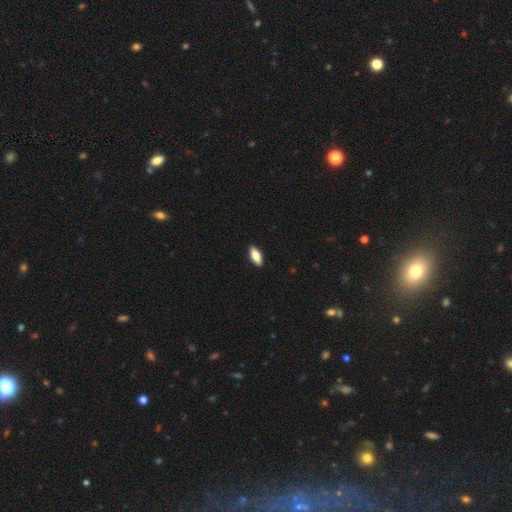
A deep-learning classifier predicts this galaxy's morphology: Q: Smooth or featured?
A: smooth (78%); runner-up: featured or disk (16%)
Q: How rounded?
A: in between (81%); runner-up: cigar-shaped (17%)
Q: Merging?
A: none (89%); runner-up: minor disturbance (8%)